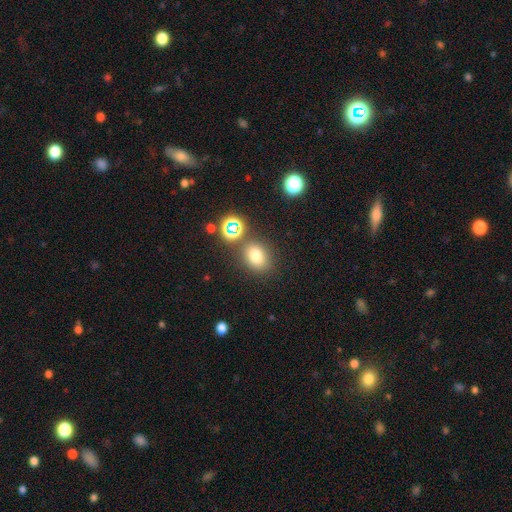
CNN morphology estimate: The model was most divided on "how rounded": round: 57%, in between: 42%, cigar-shaped: 1%. More confident: merging — none (76%); smooth or featured — smooth (73%).